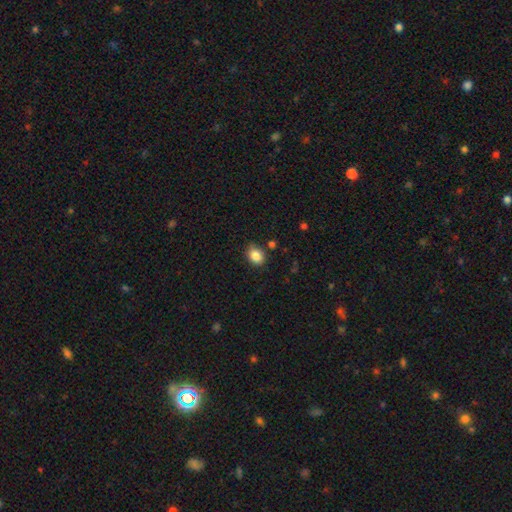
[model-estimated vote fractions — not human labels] smooth 86%, star or artifact 9%, featured or disk 4%. Down the decision tree: how rounded — in between (56%); merging — none (78%).